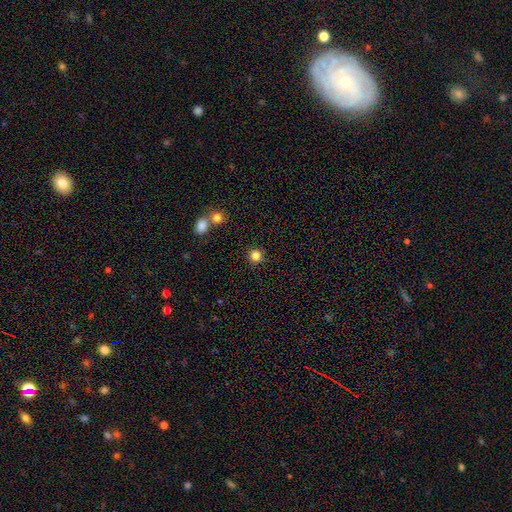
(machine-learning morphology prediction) smooth_or_featured: smooth (p=0.83) [alt: star or artifact p=0.13]
how_rounded: round (p=0.93) [alt: in between p=0.06]
merging: none (p=0.88) [alt: minor disturbance p=0.06]